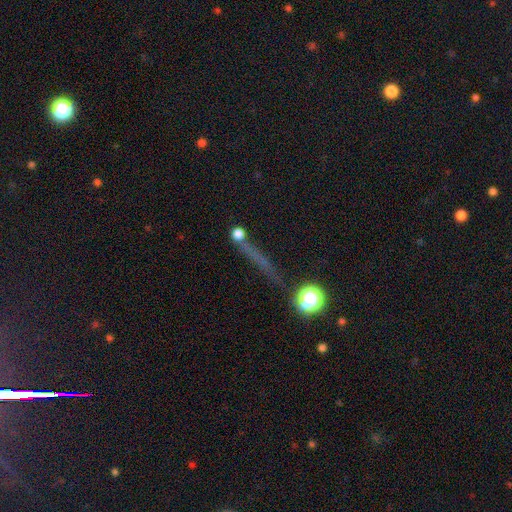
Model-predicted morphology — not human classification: Q: Smooth or featured?
A: star or artifact (37%); runner-up: smooth (34%)